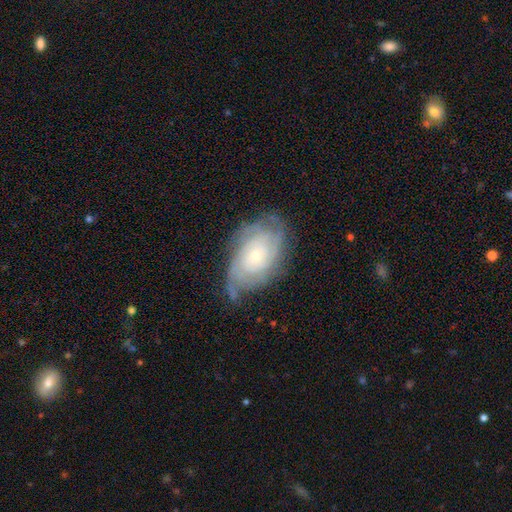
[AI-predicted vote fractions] smooth-or-featured: featured or disk: 77% | smooth: 17% | star or artifact: 7%
  disk-edge-on: no: 96% | yes: 4%
    bar: no: 79% | weak: 17% | strong: 3%
    has-spiral-arms: yes: 91% | no: 9%
      spiral-winding: tight: 68% | medium: 25% | loose: 7%
      spiral-arm-count: can't tell: 44% | 2: 18% | 3: 15% | 4: 13% | more than 4: 6% | 1: 5%
    bulge-size: small: 72% | moderate: 24% | large: 2% | none: 1% | dominant: 1%
  merging: none: 67% | minor disturbance: 23% | major disturbance: 9% | merger: 2%